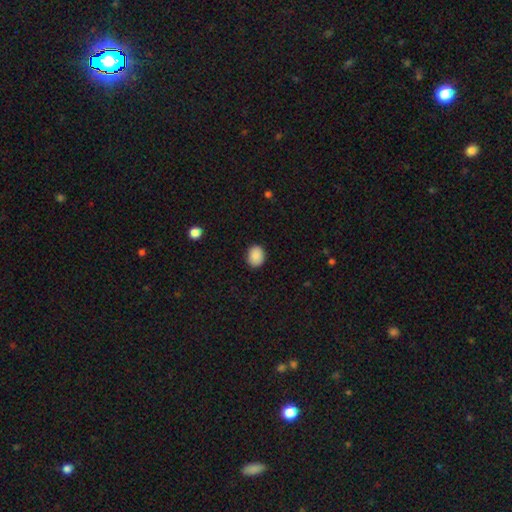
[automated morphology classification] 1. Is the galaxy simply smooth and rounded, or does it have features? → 89% smooth, 8% star or artifact, 3% featured or disk.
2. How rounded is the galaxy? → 50% in between, 49% round, 1% cigar-shaped.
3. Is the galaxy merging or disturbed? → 88% none, 9% minor disturbance, 2% major disturbance, 1% merger.